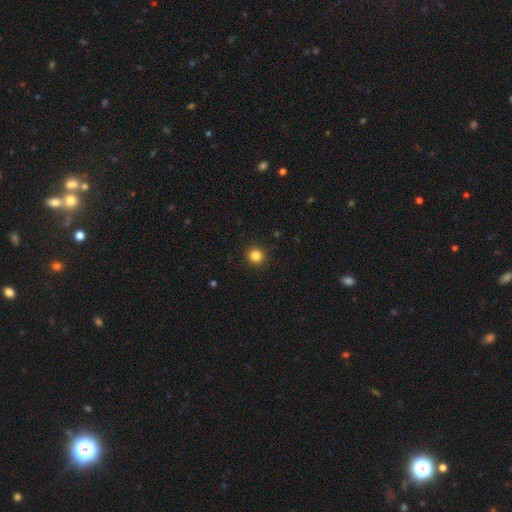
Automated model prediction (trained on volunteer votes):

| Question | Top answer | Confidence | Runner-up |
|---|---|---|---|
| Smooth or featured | smooth | 84% | star or artifact (12%) |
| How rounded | round | 93% | in between (6%) |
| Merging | none | 93% | minor disturbance (5%) |